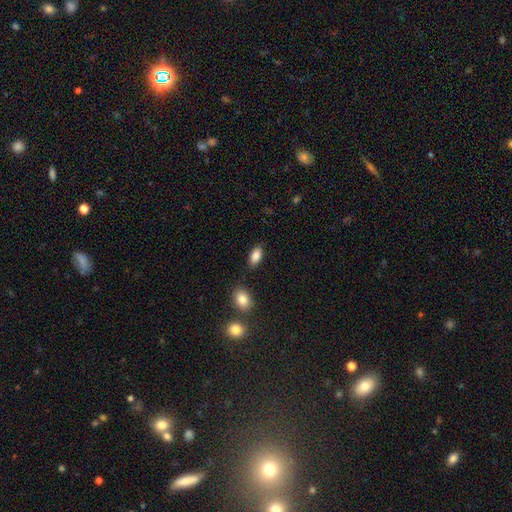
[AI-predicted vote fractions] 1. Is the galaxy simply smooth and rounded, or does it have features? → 86% smooth, 8% star or artifact, 7% featured or disk.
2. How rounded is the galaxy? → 91% in between, 6% cigar-shaped, 4% round.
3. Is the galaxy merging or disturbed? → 83% none, 11% minor disturbance, 3% merger, 3% major disturbance.